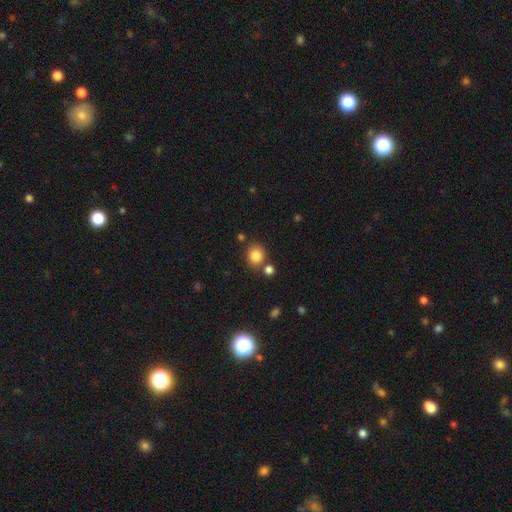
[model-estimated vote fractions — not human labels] The model was most divided on "how rounded": round: 80%, in between: 19%, cigar-shaped: 1%. More confident: smooth or featured — smooth (83%); merging — none (76%).